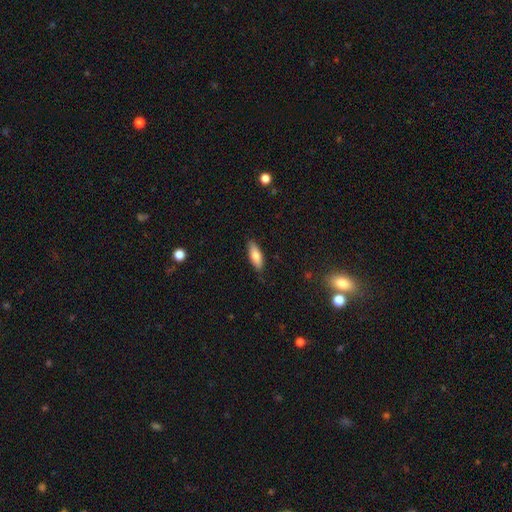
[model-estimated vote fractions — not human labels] Smooth or featured?
  - smooth: 79% *
  - featured or disk: 15%
  - star or artifact: 6%
How rounded?
  - in between: 69% *
  - cigar-shaped: 29%
  - round: 2%
Merging?
  - none: 84% *
  - minor disturbance: 13%
  - major disturbance: 2%
  - merger: 1%